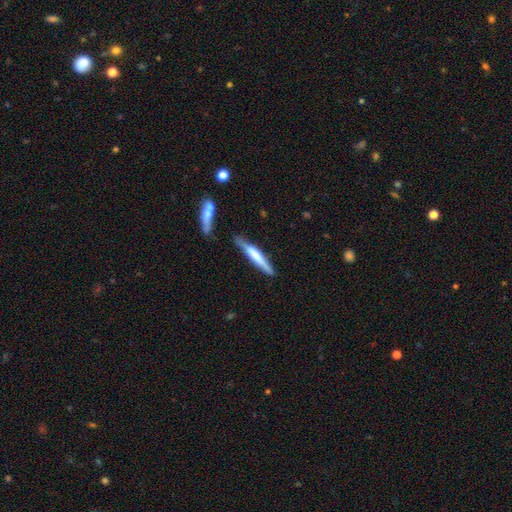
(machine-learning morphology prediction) A smooth galaxy with no disk features (54%) that is cigar-shaped (93%). Merging: none (73%).